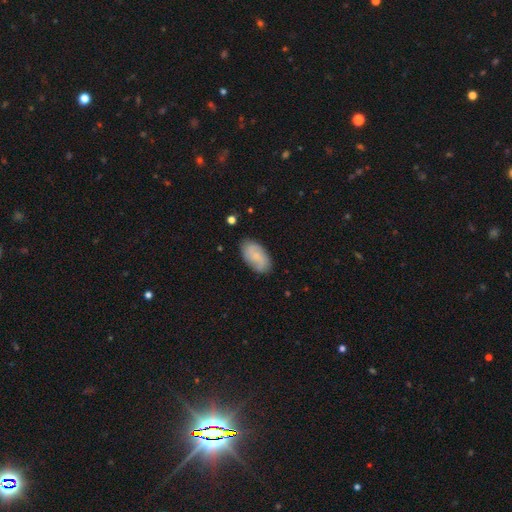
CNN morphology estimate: Smooth or featured? smooth (63%)
How rounded? in between (93%)
Merging? none (81%)